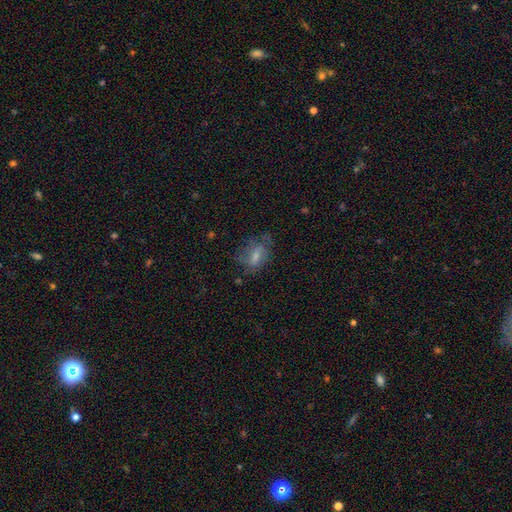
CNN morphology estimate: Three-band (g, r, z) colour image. It shows a smooth galaxy with no disk features (54%) that is in between round and cigar-shaped (77%). Merging: none (50%).